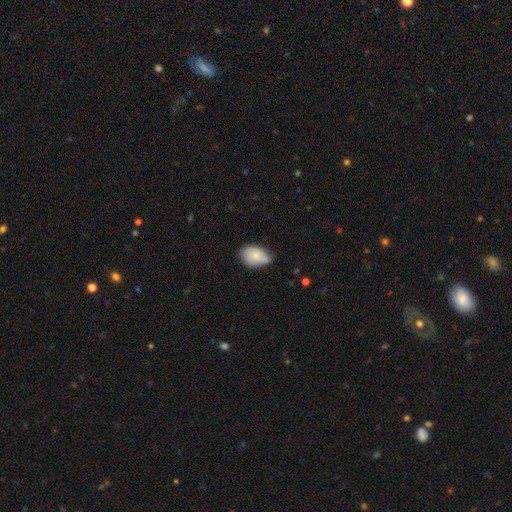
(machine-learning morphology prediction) Smooth or featured? Predicted: smooth (p=0.75). How rounded? Predicted: in between (p=0.86). Merging? Predicted: none (p=0.57).